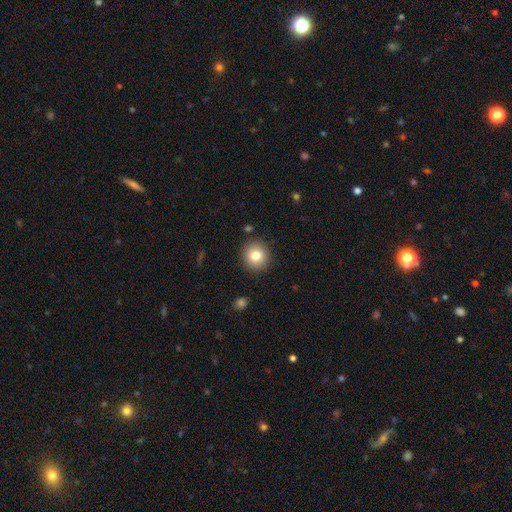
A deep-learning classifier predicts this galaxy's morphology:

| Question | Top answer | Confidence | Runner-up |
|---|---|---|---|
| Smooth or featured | smooth | 81% | star or artifact (10%) |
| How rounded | round | 91% | in between (8%) |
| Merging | none | 90% | minor disturbance (7%) |